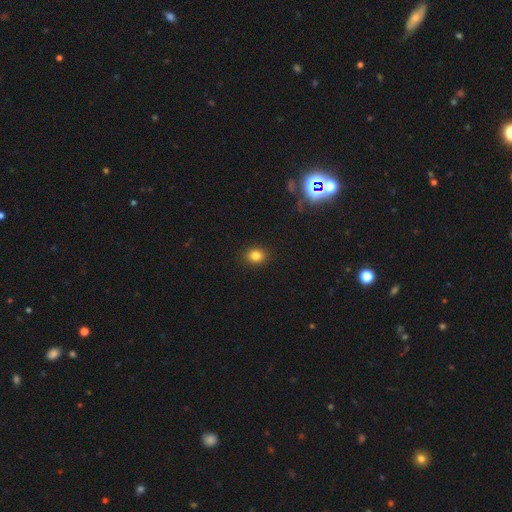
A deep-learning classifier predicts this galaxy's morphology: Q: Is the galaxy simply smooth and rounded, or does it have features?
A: smooth — 83%.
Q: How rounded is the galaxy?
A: round — 66%.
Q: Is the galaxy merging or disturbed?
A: none — 91%.